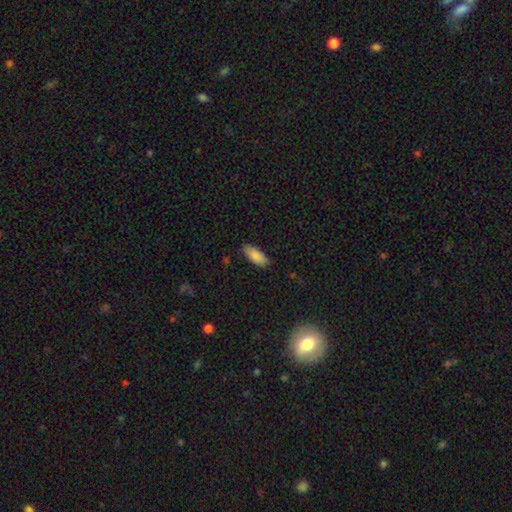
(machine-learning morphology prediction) A smooth galaxy with no disk features (88%) that is in between round and cigar-shaped (80%). Merging: none (84%).